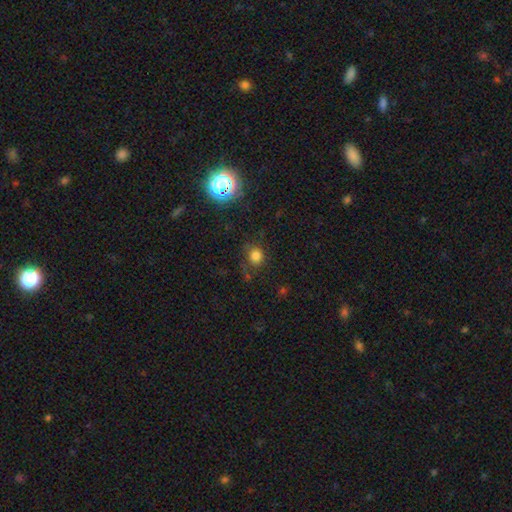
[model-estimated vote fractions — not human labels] The model was most divided on "smooth or featured": smooth: 74%, star or artifact: 20%, featured or disk: 6%. More confident: how rounded — round (83%); merging — none (75%).